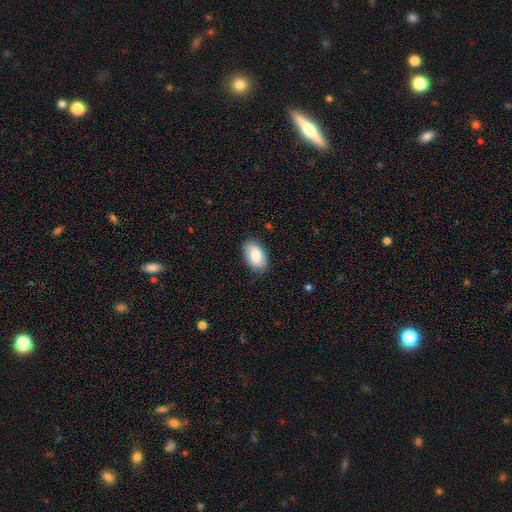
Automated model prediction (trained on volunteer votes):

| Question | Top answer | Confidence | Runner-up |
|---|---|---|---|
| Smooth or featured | smooth | 78% | featured or disk (16%) |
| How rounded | in between | 93% | round (6%) |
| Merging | none | 86% | minor disturbance (11%) |